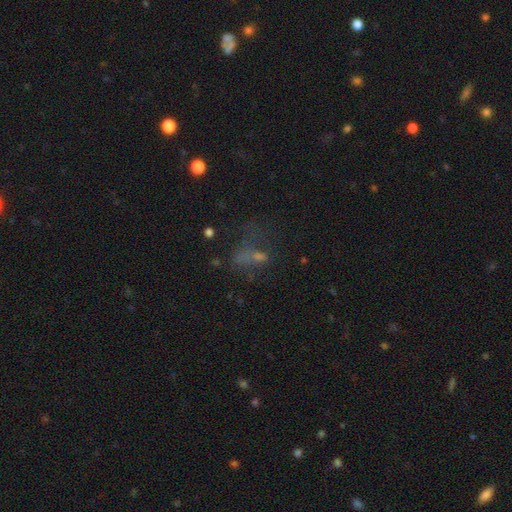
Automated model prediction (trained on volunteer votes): smooth-or-featured: smooth: 45% | star or artifact: 28% | featured or disk: 28%
  merging: major disturbance: 40% | none: 31% | minor disturbance: 16% | merger: 13%